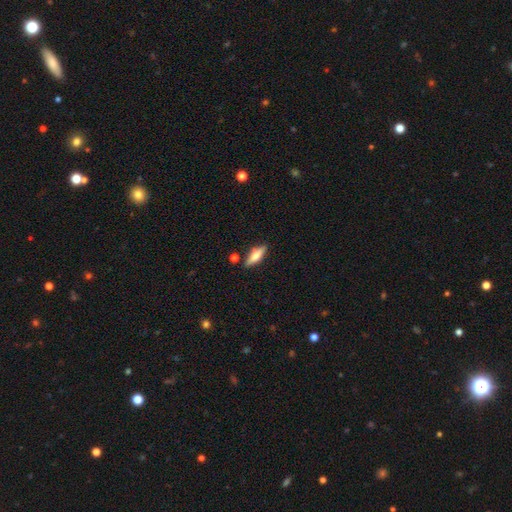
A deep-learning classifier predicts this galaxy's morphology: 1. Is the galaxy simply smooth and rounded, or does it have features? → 59% smooth, 34% featured or disk, 7% star or artifact.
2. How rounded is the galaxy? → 50% cigar-shaped, 48% in between, 3% round.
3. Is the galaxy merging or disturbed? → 82% none, 12% minor disturbance, 4% merger, 3% major disturbance.